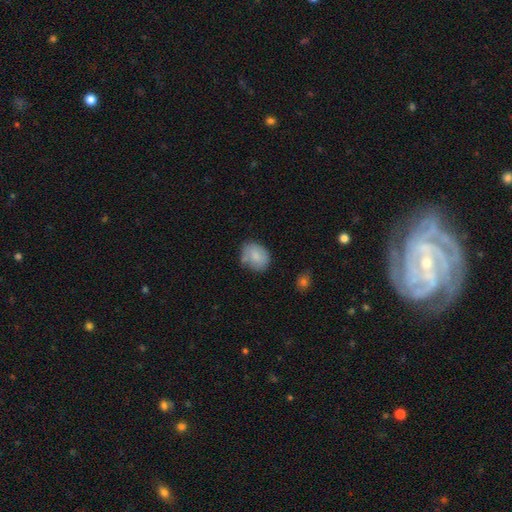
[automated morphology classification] Overall: smooth (81%). How rounded: in between (50%; round 49%). Merging: none (64%; minor disturbance 25%).